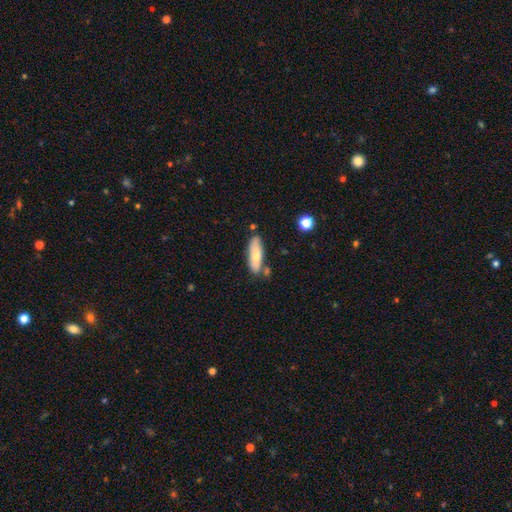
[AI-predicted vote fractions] Q: Smooth or featured?
A: smooth (72%); runner-up: featured or disk (22%)
Q: How rounded?
A: in between (55%); runner-up: cigar-shaped (43%)
Q: Merging?
A: none (73%); runner-up: minor disturbance (16%)